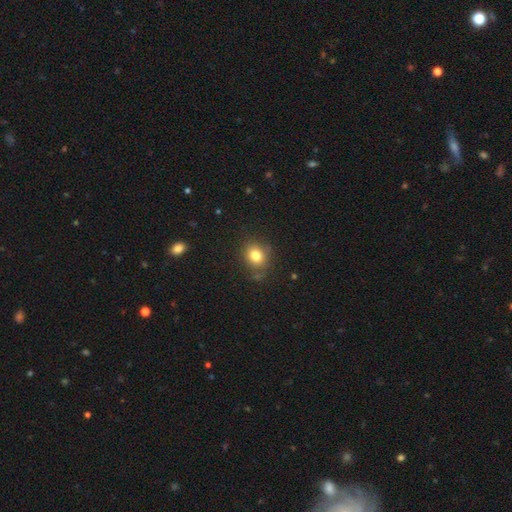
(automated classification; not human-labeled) A smooth galaxy with no disk features (80%) that is round (72%). Merging: none (78%).